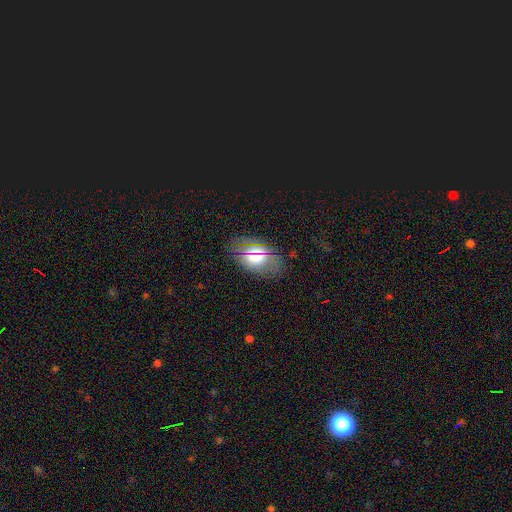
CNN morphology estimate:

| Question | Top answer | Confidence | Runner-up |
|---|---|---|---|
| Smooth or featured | smooth | 60% | featured or disk (24%) |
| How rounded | in between | 84% | round (13%) |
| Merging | none | 80% | minor disturbance (14%) |